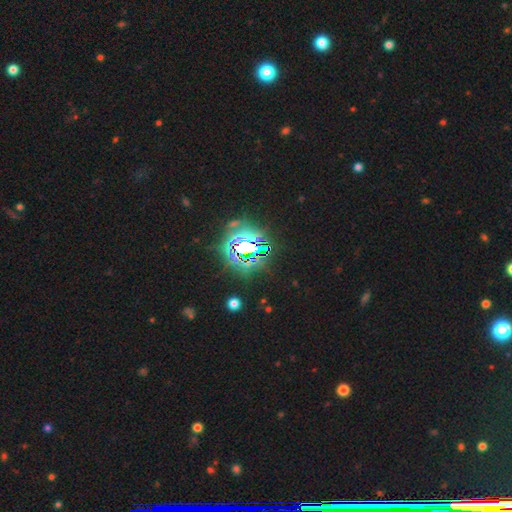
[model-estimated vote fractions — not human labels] Morphology: type=star or artifact (81%).